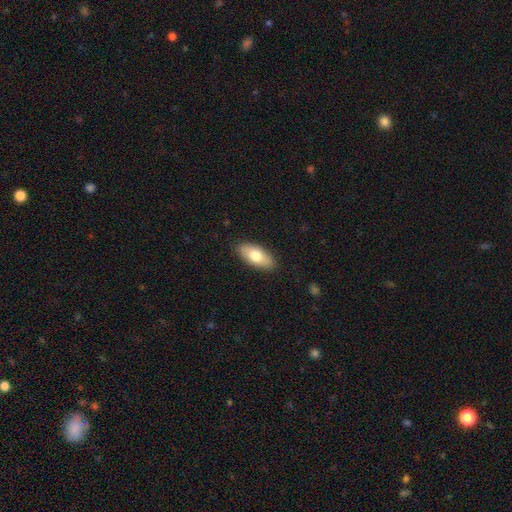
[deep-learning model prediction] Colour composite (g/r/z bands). It shows a smooth galaxy with no disk features (75%) that is in between round and cigar-shaped (87%). Merging: none (88%).